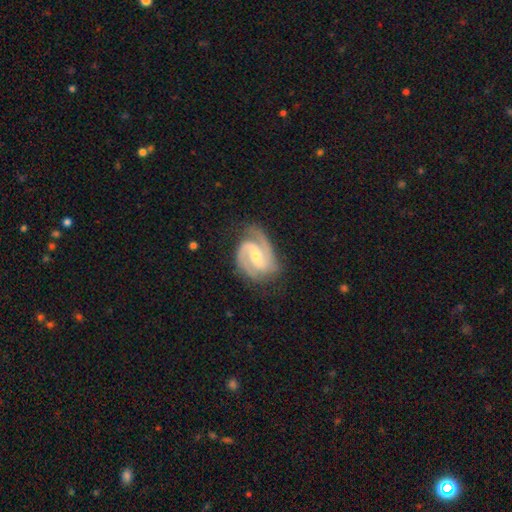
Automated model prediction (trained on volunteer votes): Smooth or featured? featured or disk (91%)
Edge-on disk? no (98%)
Bar? weak (47%)
Spiral arms? yes (98%)
Spiral winding? medium (53%)
Spiral arm count? 2 (82%)
Bulge size? small (50%)
Merging? none (73%)